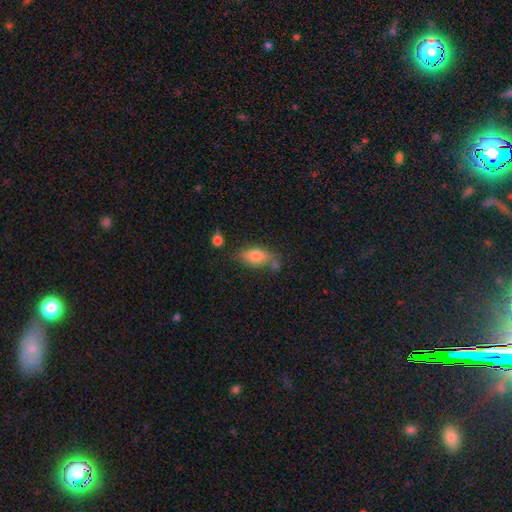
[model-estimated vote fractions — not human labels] A smooth galaxy with no disk features (77%) that is in between round and cigar-shaped (85%). Merging: none (61%).